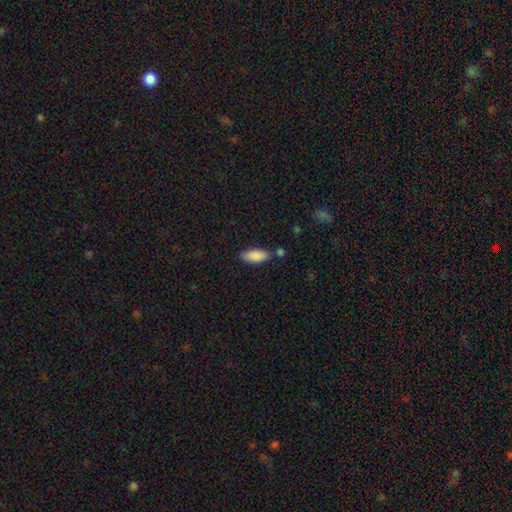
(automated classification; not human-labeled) Morphology: type=smooth (88%); roundness=in between (81%); merging=none (76%).